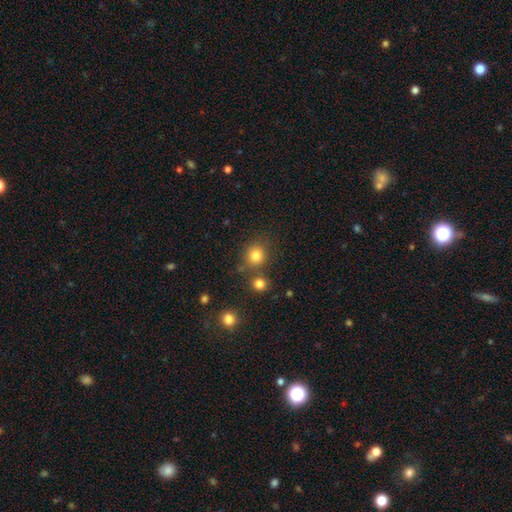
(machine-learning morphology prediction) This appears to be a smooth galaxy with no disk features (81%) that is round (88%). Merging: none (74%).